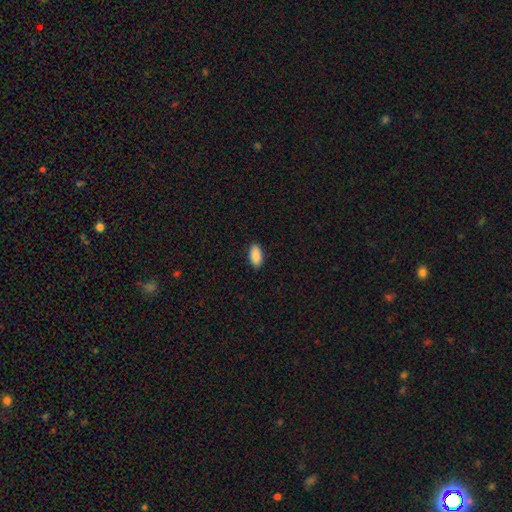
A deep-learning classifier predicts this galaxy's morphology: A smooth galaxy with no disk features (89%) that is in between round and cigar-shaped (93%).

Vote fractions:
- Smooth or featured? smooth: 89% / star or artifact: 7% / featured or disk: 4%
- How rounded? in between: 93% / cigar-shaped: 5% / round: 2%
- Merging? none: 90% / minor disturbance: 8% / major disturbance: 2% / merger: 1%